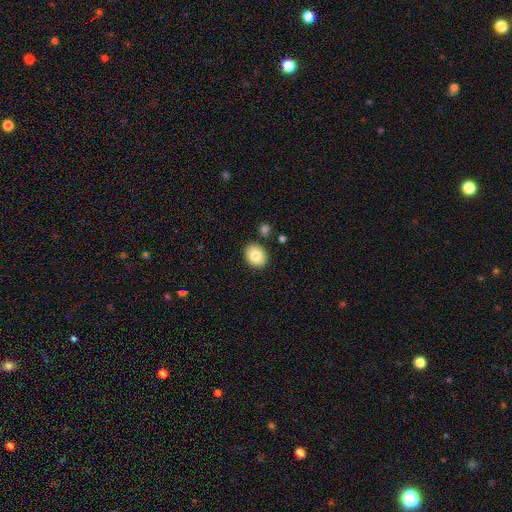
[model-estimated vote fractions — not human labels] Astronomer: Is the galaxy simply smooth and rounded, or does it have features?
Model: smooth — 83%.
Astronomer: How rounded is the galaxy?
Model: round — 54% (runner-up: in between, 45%).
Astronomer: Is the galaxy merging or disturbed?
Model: none — 86%.